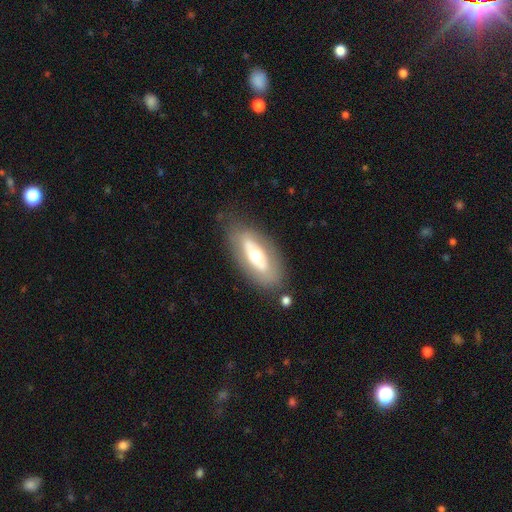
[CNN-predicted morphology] type=featured or disk (52%); edge-on=no (77%); merging=none (77%).